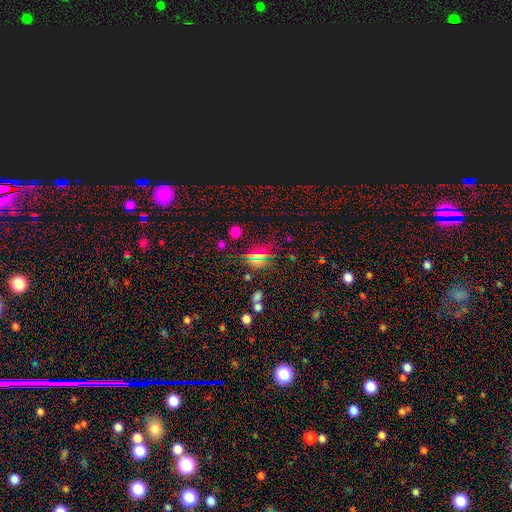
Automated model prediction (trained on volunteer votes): Smooth or featured? star or artifact (59%)